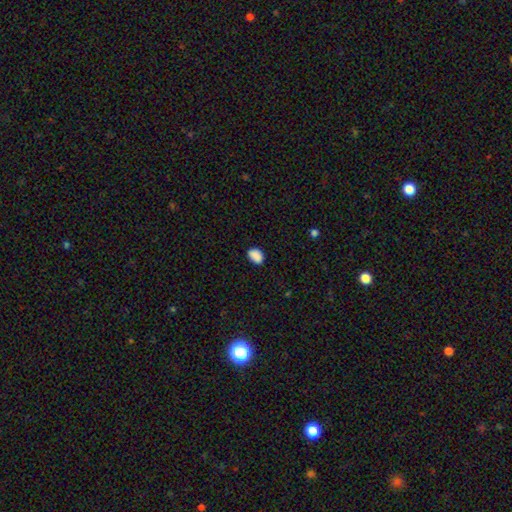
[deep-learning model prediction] Smooth or featured?
  - smooth: 87% *
  - star or artifact: 9%
  - featured or disk: 4%
How rounded?
  - in between: 80% *
  - round: 19%
  - cigar-shaped: 1%
Merging?
  - none: 78% *
  - minor disturbance: 17%
  - major disturbance: 3%
  - merger: 2%